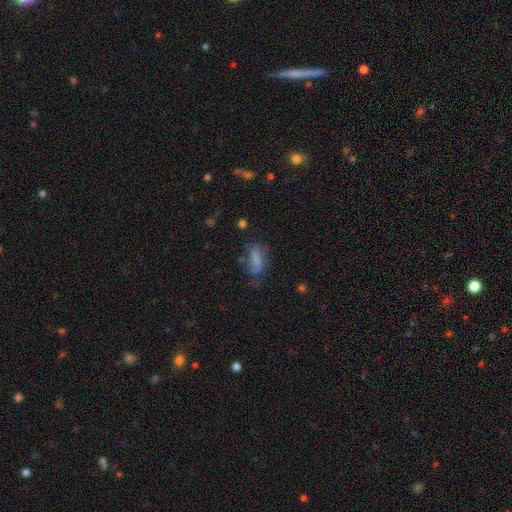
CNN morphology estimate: Smooth or featured?
  - smooth: 55% *
  - featured or disk: 29%
  - star or artifact: 16%
How rounded?
  - in between: 66% *
  - cigar-shaped: 29%
  - round: 5%
Merging?
  - none: 51% *
  - minor disturbance: 26%
  - major disturbance: 18%
  - merger: 4%